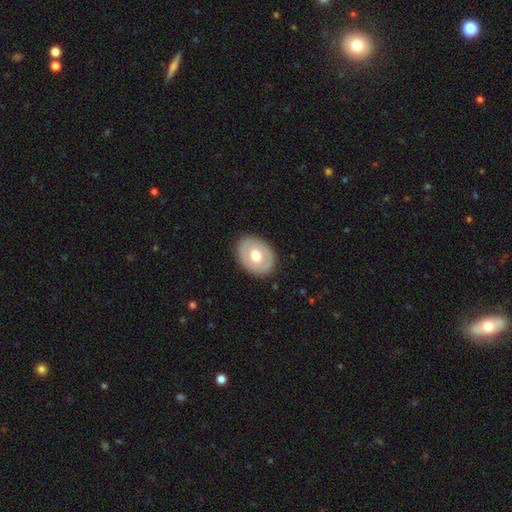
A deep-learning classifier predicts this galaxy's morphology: Q: Smooth or featured?
A: smooth (58%); runner-up: featured or disk (36%)
Q: How rounded?
A: in between (66%); runner-up: round (33%)
Q: Merging?
A: none (86%); runner-up: minor disturbance (10%)